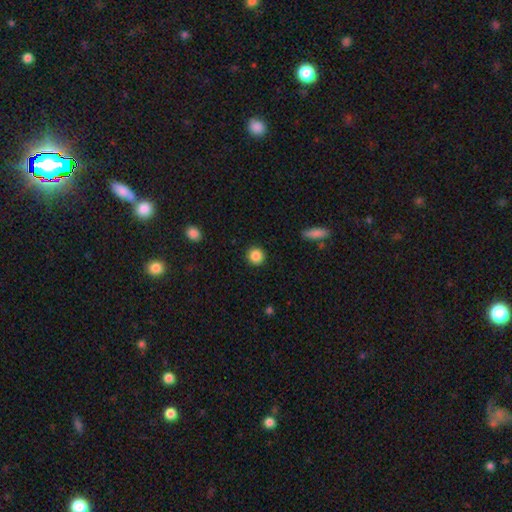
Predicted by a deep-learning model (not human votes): smooth 87%, star or artifact 9%, featured or disk 4%. Down the decision tree: how rounded — round (92%); merging — none (92%).